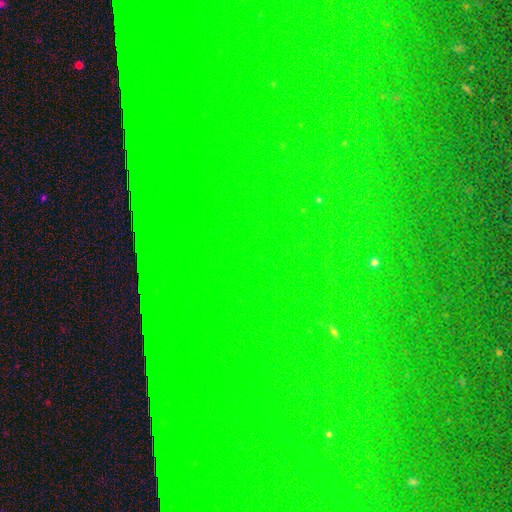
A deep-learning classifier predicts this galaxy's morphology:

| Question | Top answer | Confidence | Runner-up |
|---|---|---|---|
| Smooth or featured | star or artifact | 85% | smooth (8%) |